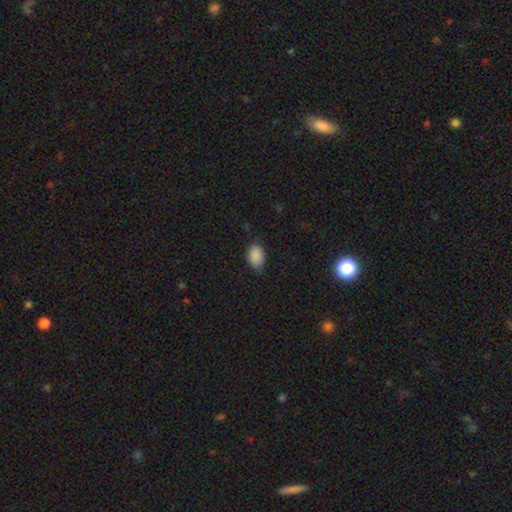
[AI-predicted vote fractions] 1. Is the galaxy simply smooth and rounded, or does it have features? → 89% smooth, 8% star or artifact, 3% featured or disk.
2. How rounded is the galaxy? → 88% in between, 11% round, 1% cigar-shaped.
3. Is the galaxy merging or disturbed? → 79% none, 17% minor disturbance, 3% major disturbance, 1% merger.